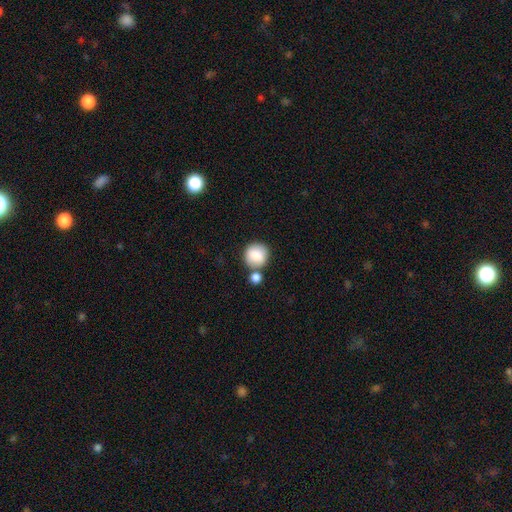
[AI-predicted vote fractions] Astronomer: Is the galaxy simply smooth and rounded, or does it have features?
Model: smooth — 85%.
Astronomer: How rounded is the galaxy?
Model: round — 88%.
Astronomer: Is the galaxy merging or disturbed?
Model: none — 59%.